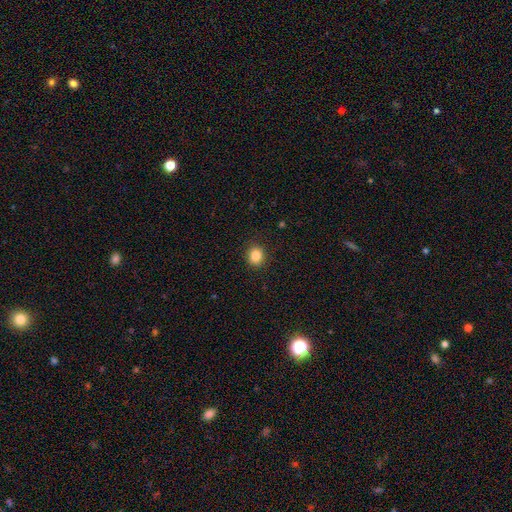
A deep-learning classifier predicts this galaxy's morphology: This appears to be a smooth galaxy with no disk features (85%) that is round (77%). Merging: none (91%).